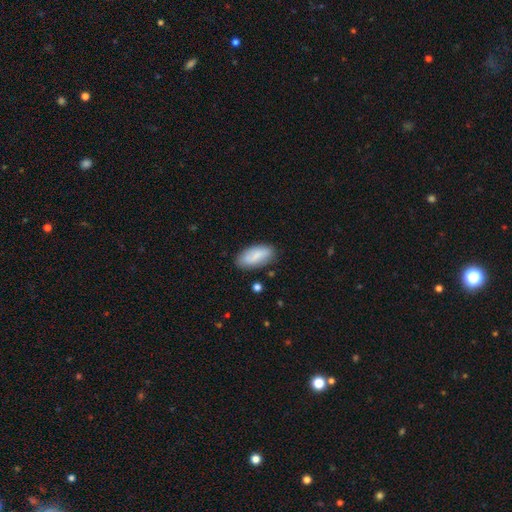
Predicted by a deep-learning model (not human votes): Smooth or featured? Predicted: smooth (p=0.79). How rounded? Predicted: in between (p=0.90). Merging? Predicted: none (p=0.80).